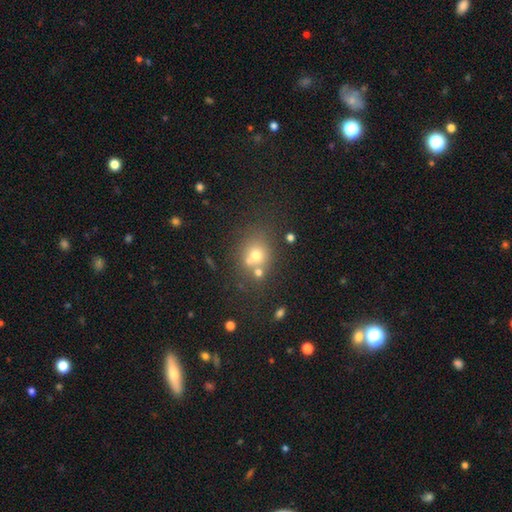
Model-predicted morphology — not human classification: The model was most divided on "merging": none: 53%, merger: 30%, minor disturbance: 11%, major disturbance: 5%. More confident: how rounded — round (76%); smooth or featured — smooth (65%).